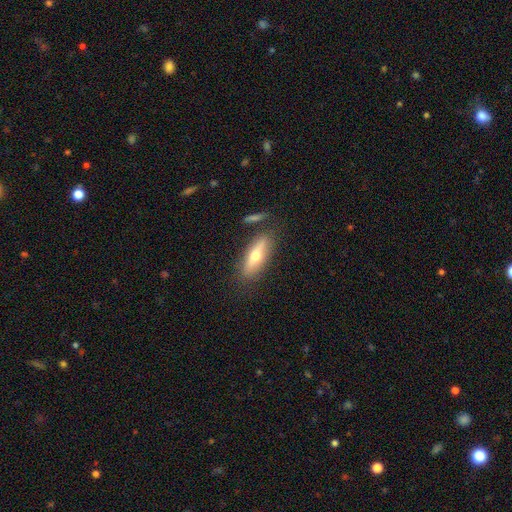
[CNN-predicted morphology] A smooth galaxy with no disk features (54%) that is in between round and cigar-shaped (54%). Merging: none (80%).